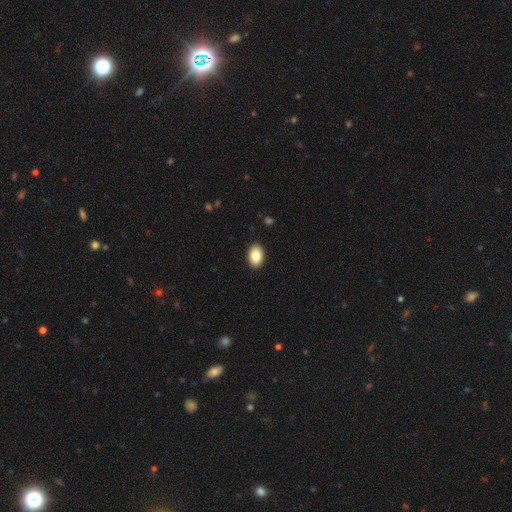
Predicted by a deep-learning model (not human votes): This is clearly a smooth galaxy (84%). How rounded: clearly in between (87%). Merging: clearly none (91%).